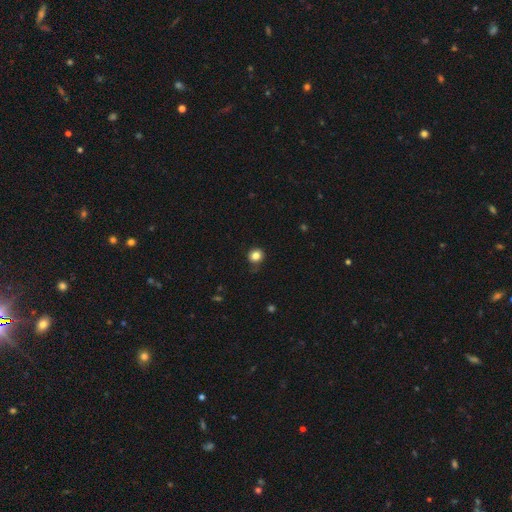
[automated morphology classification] Overall: smooth (83%). How rounded: round (86%). Merging: none (79%).